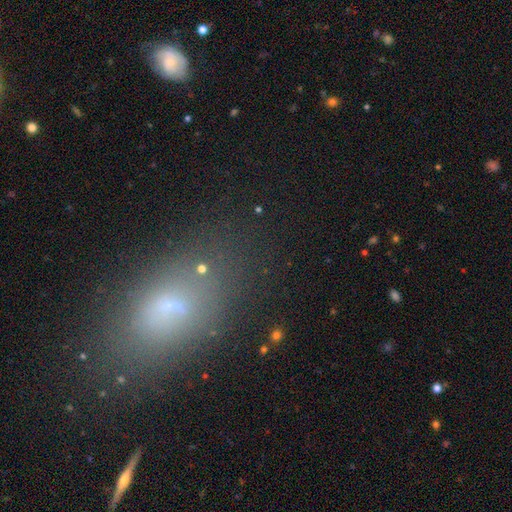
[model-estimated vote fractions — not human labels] Smooth or featured? Predicted: smooth (p=0.64). How rounded? Predicted: in between (p=0.81). Merging? Predicted: none (p=0.76).